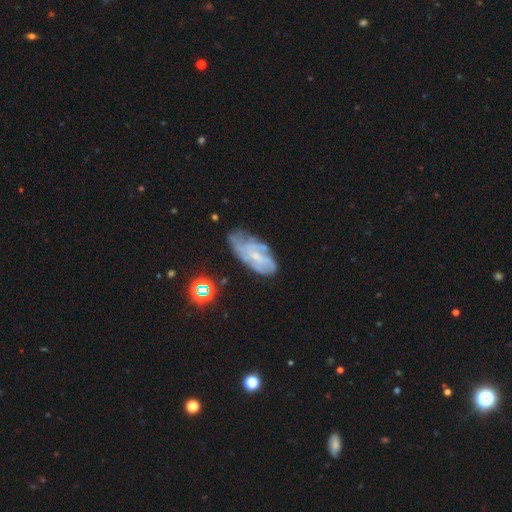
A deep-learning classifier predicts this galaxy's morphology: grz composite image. It shows a featured or disk galaxy (64%) with no bar (62%), spiral arms (74%) and a small central bulge (60%). Merging: none (44%).